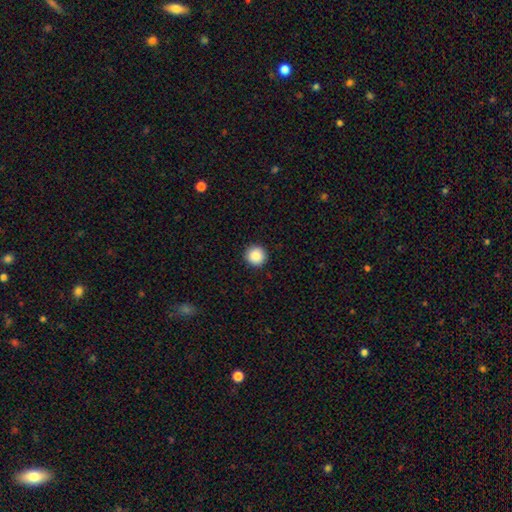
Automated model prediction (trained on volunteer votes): Q: Smooth or featured?
A: smooth (89%); runner-up: star or artifact (8%)
Q: How rounded?
A: round (96%); runner-up: in between (4%)
Q: Merging?
A: none (93%); runner-up: minor disturbance (5%)